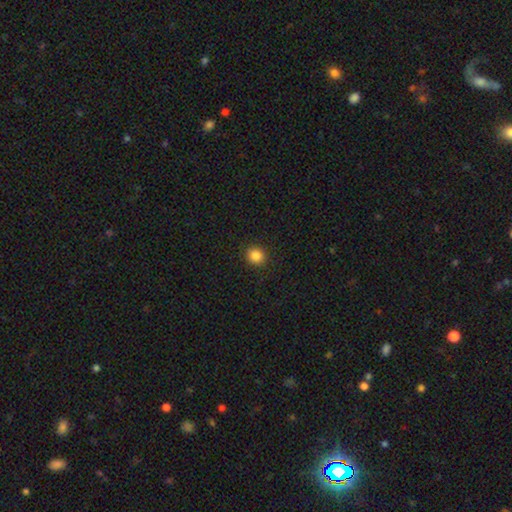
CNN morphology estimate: Overall: smooth (85%). How rounded: round (86%). Merging: none (91%).